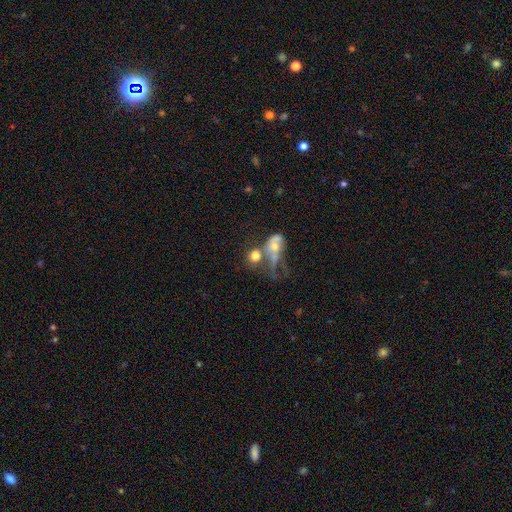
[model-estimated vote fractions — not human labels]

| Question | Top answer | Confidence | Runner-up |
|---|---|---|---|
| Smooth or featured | smooth | 64% | featured or disk (24%) |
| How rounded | round | 68% | in between (30%) |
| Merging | merger | 52% | none (22%) |